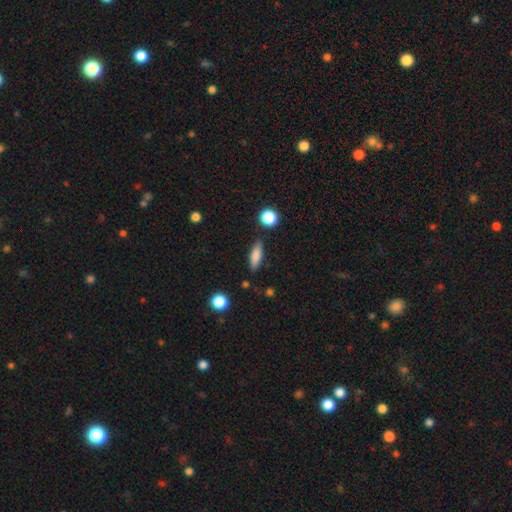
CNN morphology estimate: Smooth or featured? smooth (80%)
How rounded? cigar-shaped (50%)
Merging? none (83%)